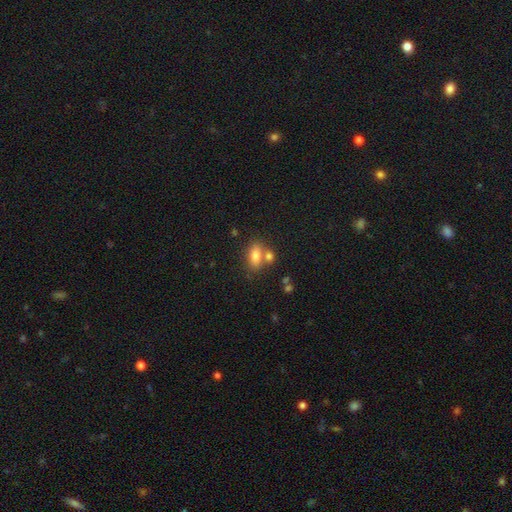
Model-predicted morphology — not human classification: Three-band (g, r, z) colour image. It shows a smooth galaxy with no disk features (79%) that is in between round and cigar-shaped (85%). Merging: none (53%).